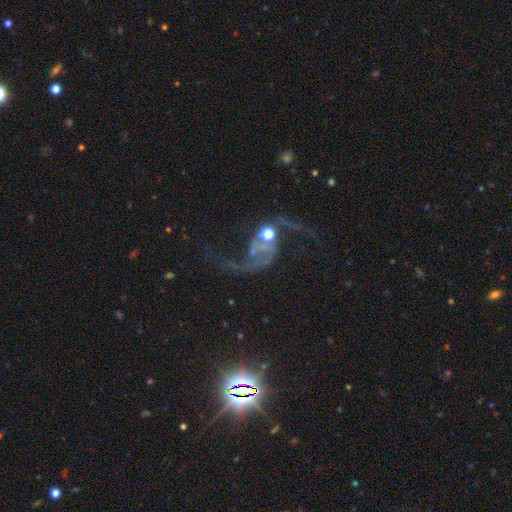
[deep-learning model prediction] Smooth or featured? featured or disk (80%)
Edge-on disk? no (97%)
Bar? no (62%)
Spiral arms? yes (91%)
Spiral winding? loose (84%)
Spiral arm count? 2 (83%)
Bulge size? moderate (42%)
Merging? none (41%)